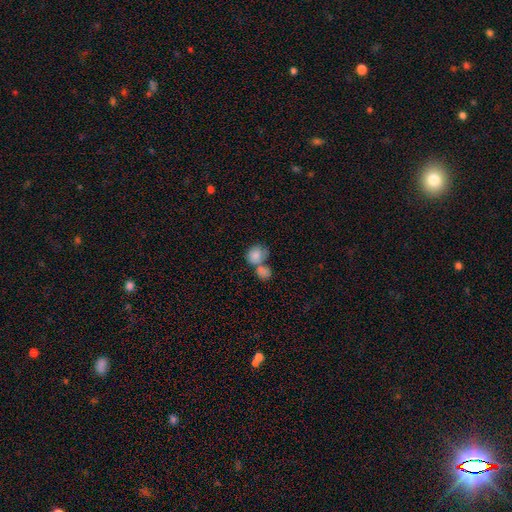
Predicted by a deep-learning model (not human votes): This is clearly a smooth galaxy (82%). How rounded: likely round (64%). Merging: possibly merger (57%).